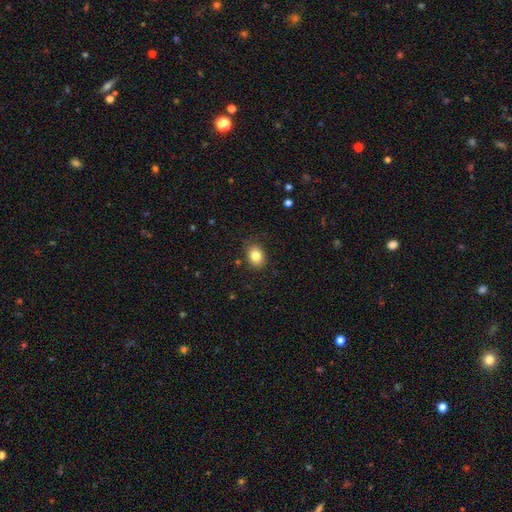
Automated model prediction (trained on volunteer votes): This is clearly a smooth galaxy (82%). How rounded: possibly in between (56%). Merging: clearly none (84%).